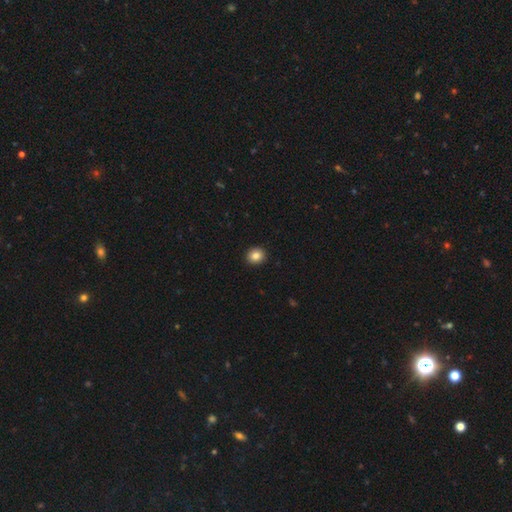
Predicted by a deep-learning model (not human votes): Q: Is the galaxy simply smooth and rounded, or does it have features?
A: smooth — 85%.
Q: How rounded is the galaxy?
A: round — 82%.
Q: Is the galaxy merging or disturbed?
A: none — 93%.